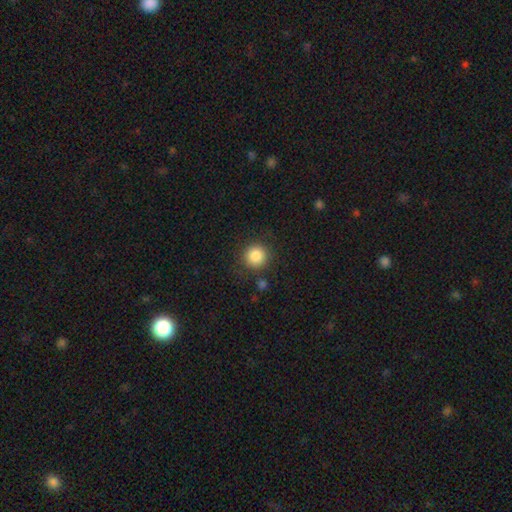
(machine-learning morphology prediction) Smooth or featured: smooth — 86% (star or artifact — 10%)
How rounded: round — 93% (in between — 6%)
Merging: none — 85% (minor disturbance — 8%)